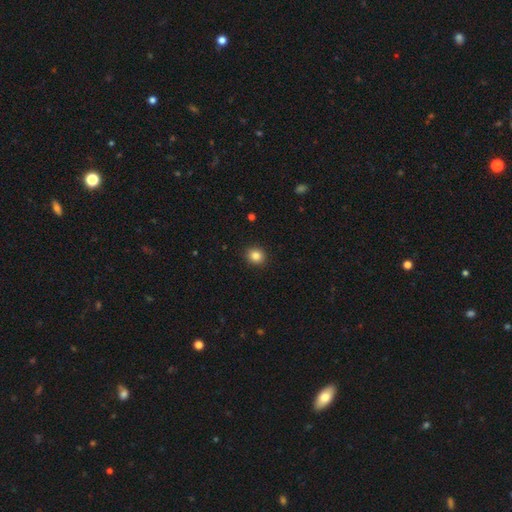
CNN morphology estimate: A smooth galaxy with no disk features (84%) that is round (79%).

Vote fractions:
- Smooth or featured? smooth: 84% / star or artifact: 11% / featured or disk: 5%
- How rounded? round: 79% / in between: 20% / cigar-shaped: 1%
- Merging? none: 92% / minor disturbance: 5% / major disturbance: 2% / merger: 1%